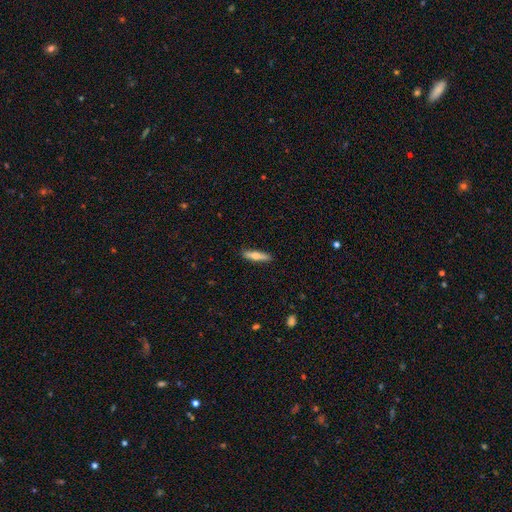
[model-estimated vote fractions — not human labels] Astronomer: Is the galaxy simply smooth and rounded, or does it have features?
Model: smooth — 57% (runner-up: featured or disk, 38%).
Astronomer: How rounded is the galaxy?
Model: cigar-shaped — 79%.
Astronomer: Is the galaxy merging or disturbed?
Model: none — 89%.